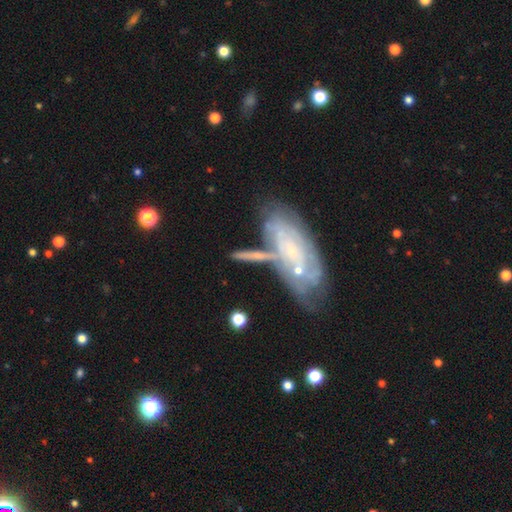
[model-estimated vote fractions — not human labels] The model was most divided on "merging": none: 40%, merger: 34%, minor disturbance: 17%, major disturbance: 8%. More confident: edge-on disk — no (68%); smooth or featured — featured or disk (64%).